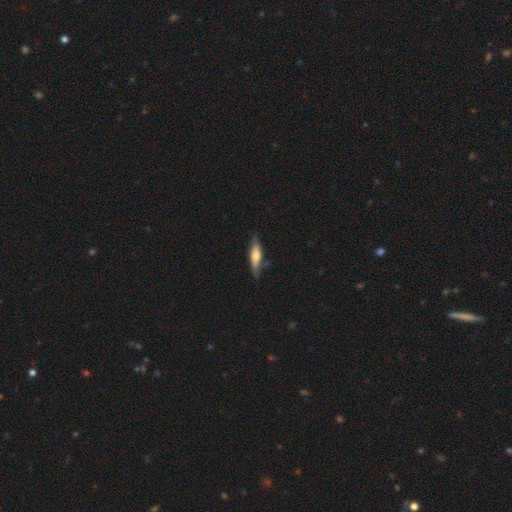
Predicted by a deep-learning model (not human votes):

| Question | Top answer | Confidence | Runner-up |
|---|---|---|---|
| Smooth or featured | smooth | 59% | featured or disk (34%) |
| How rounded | cigar-shaped | 68% | in between (30%) |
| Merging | none | 71% | minor disturbance (22%) |